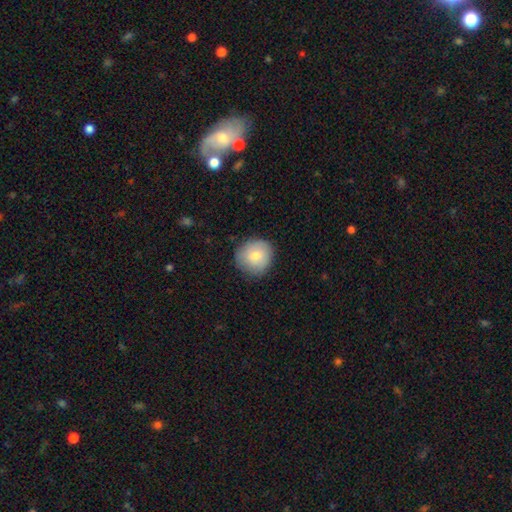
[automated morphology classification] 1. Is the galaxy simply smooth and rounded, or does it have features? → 78% smooth, 15% featured or disk, 7% star or artifact.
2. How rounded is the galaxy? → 90% round, 9% in between, 1% cigar-shaped.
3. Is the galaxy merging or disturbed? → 82% none, 14% minor disturbance, 3% major disturbance, 1% merger.